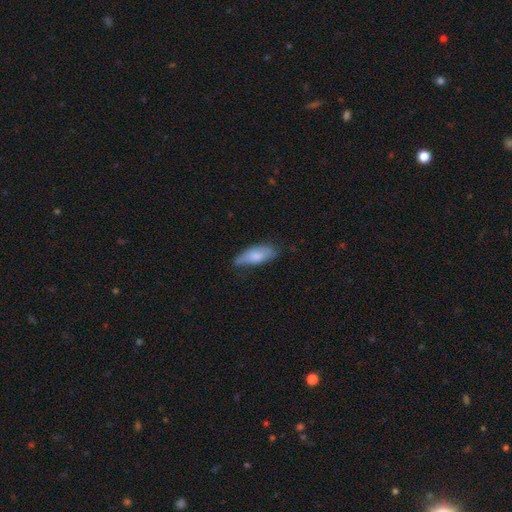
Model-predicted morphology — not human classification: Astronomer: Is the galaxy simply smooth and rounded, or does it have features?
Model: smooth — 75%.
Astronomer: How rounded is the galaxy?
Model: in between — 74%.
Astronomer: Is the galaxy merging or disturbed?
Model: none — 54% (runner-up: minor disturbance, 36%).